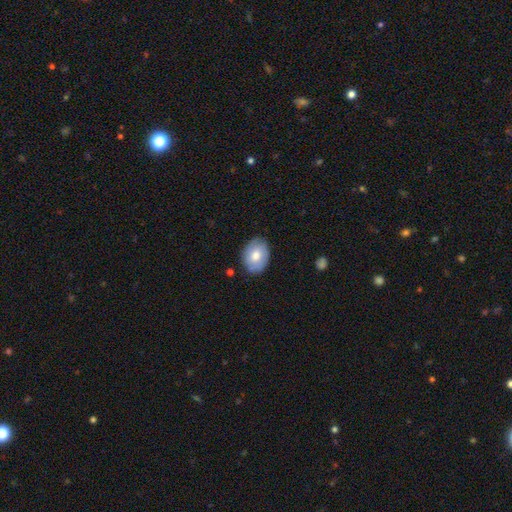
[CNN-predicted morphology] A smooth galaxy with no disk features (70%) that is in between round and cigar-shaped (70%).

Vote fractions:
- Smooth or featured? smooth: 70% / featured or disk: 23% / star or artifact: 6%
- How rounded? in between: 70% / round: 29% / cigar-shaped: 1%
- Merging? none: 81% / minor disturbance: 15% / major disturbance: 3% / merger: 1%